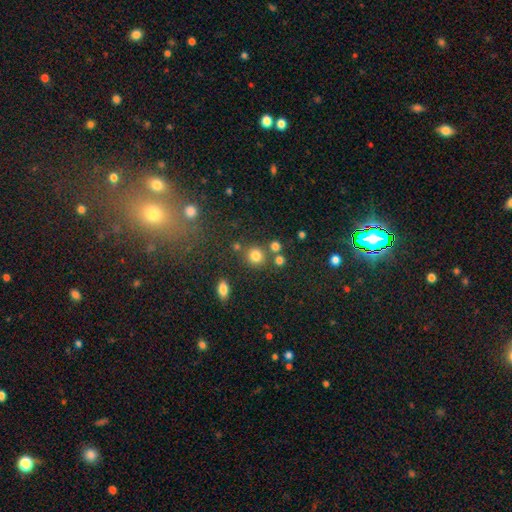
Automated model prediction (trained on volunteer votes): Smooth or featured? Predicted: smooth (p=0.78). How rounded? Predicted: round (p=0.86). Merging? Predicted: none (p=0.73).